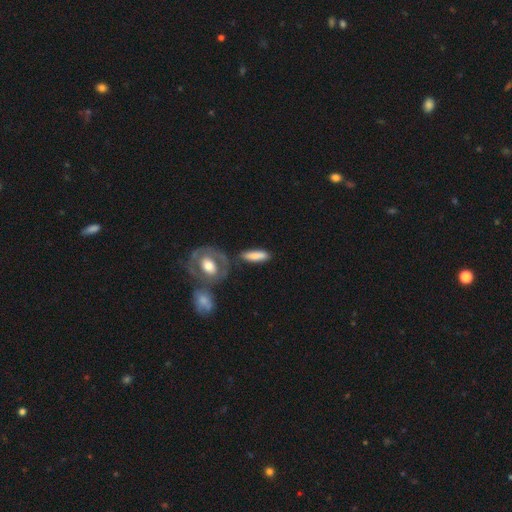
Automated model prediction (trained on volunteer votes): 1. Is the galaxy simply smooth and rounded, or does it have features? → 78% smooth, 16% featured or disk, 6% star or artifact.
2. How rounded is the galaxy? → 60% cigar-shaped, 37% in between, 3% round.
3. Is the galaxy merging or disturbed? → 73% none, 14% minor disturbance, 8% merger, 5% major disturbance.